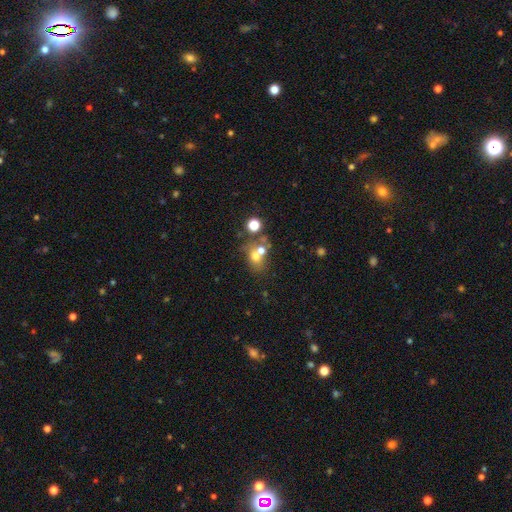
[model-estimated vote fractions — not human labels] A smooth galaxy with no disk features (61%) that is round (55%). Merging: merger (51%).